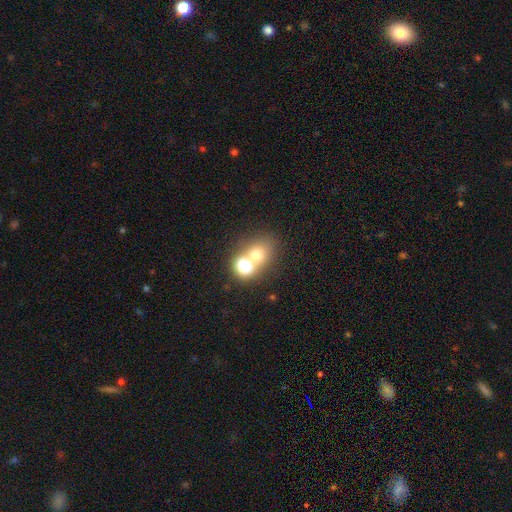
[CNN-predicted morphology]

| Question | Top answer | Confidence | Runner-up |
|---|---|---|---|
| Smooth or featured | smooth | 65% | star or artifact (20%) |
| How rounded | round | 71% | in between (28%) |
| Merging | merger | 47% | none (42%) |